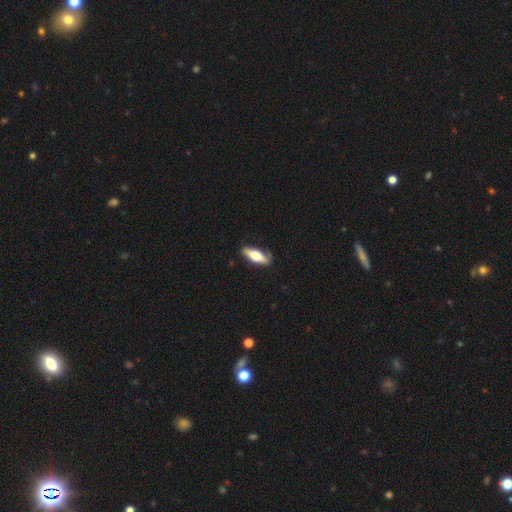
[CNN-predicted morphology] A smooth galaxy with no disk features (54%) that is in between round and cigar-shaped (57%). Merging: none (84%).